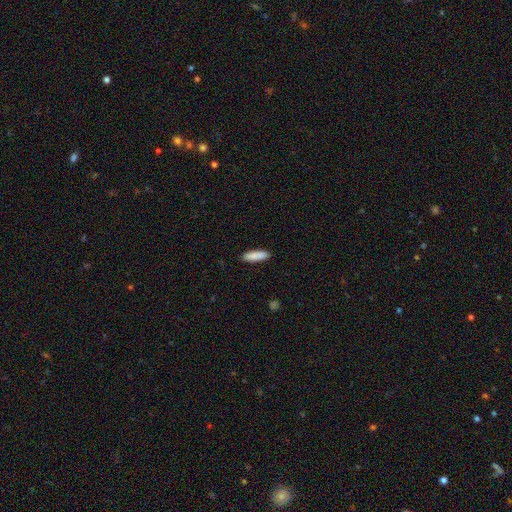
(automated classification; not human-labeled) Smooth or featured? Predicted: smooth (p=0.88). How rounded? Predicted: cigar-shaped (p=0.62). Merging? Predicted: none (p=0.89).